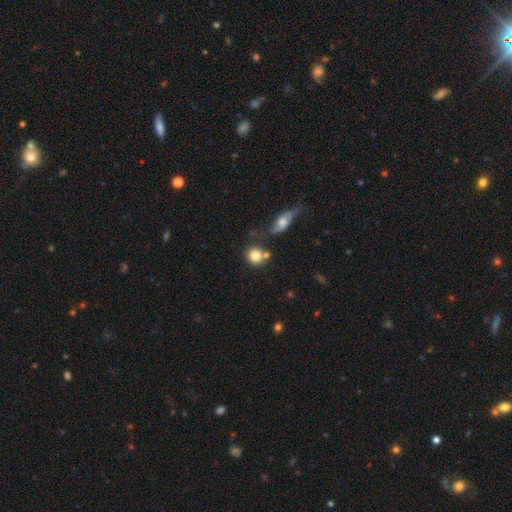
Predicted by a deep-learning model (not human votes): This appears to be a smooth galaxy with no disk features (81%) that is round (87%). Merging: none (60%).